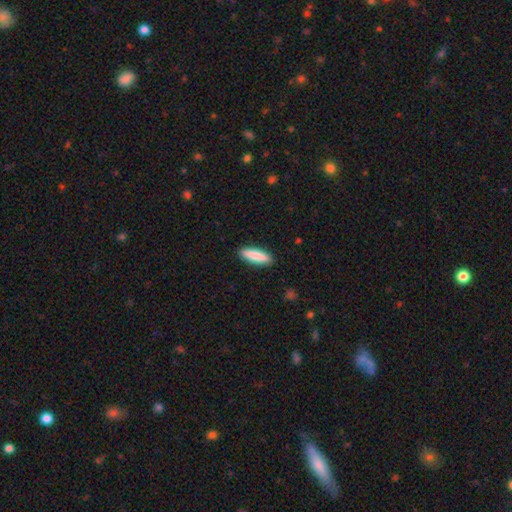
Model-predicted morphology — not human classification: A smooth galaxy with no disk features (85%) that is cigar-shaped (59%).

Vote fractions:
- Smooth or featured? smooth: 85% / featured or disk: 9% / star or artifact: 5%
- How rounded? cigar-shaped: 59% / in between: 39% / round: 2%
- Merging? none: 91% / minor disturbance: 7% / major disturbance: 2% / merger: 1%